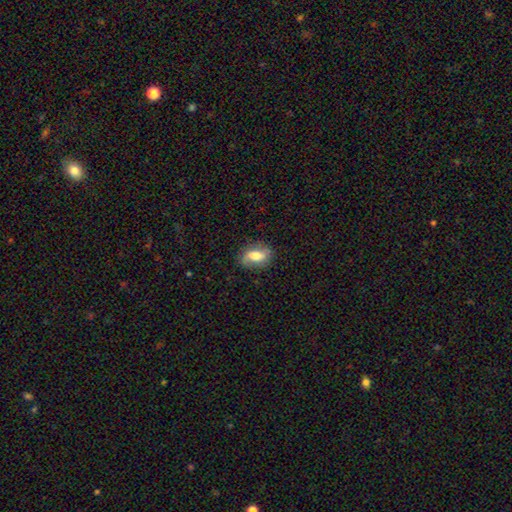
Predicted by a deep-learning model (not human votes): featured or disk 48%, smooth 44%, star or artifact 8%. Down the decision tree: merging — none (81%).